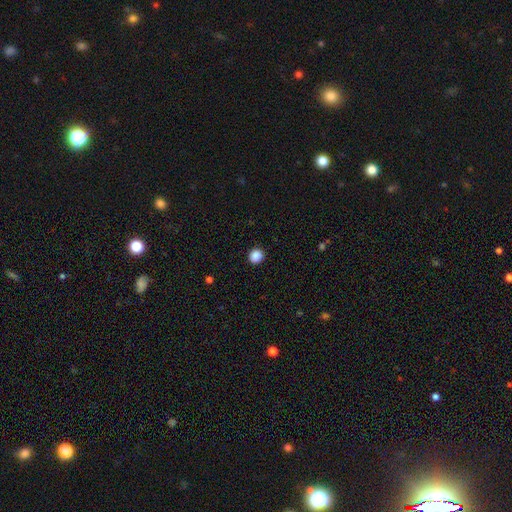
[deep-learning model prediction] A smooth galaxy with no disk features (88%) that is round (88%). Merging: none (92%).